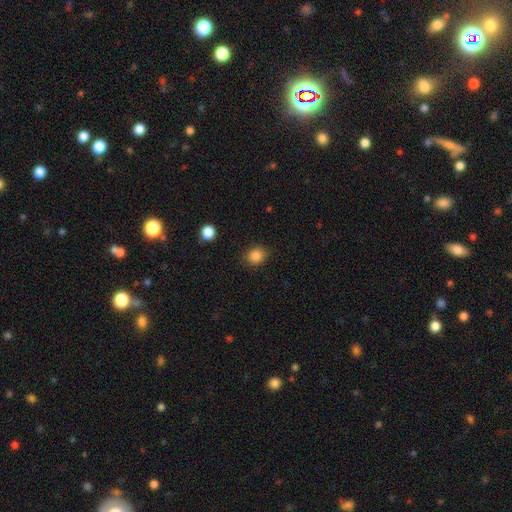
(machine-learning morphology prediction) Overall: smooth (86%). How rounded: round (73%). Merging: none (85%).